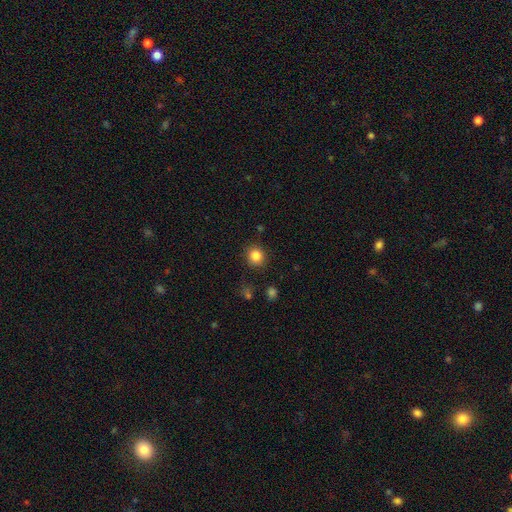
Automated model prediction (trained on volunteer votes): Morphology: type=smooth (84%); roundness=round (87%); merging=none (88%).